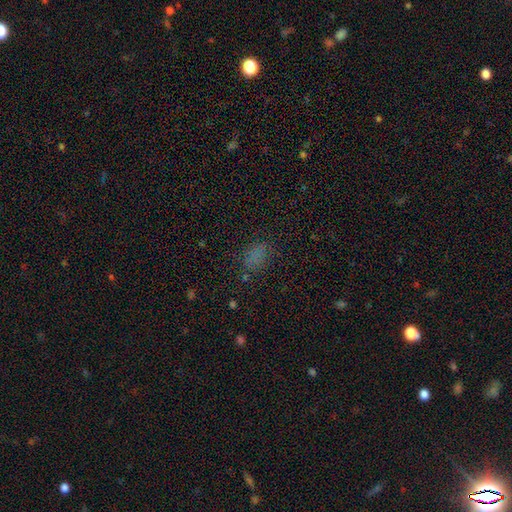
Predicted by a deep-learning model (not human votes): Q: Smooth or featured?
A: smooth (69%); runner-up: star or artifact (24%)
Q: How rounded?
A: in between (84%); runner-up: round (13%)
Q: Merging?
A: none (73%); runner-up: minor disturbance (17%)